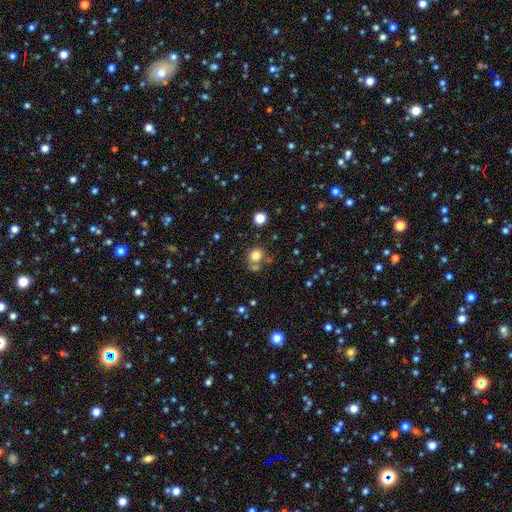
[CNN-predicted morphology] A smooth galaxy with no disk features (78%) that is round (83%).

Vote fractions:
- Smooth or featured? smooth: 78% / star or artifact: 14% / featured or disk: 8%
- How rounded? round: 83% / in between: 16% / cigar-shaped: 1%
- Merging? none: 64% / merger: 19% / minor disturbance: 12% / major disturbance: 5%